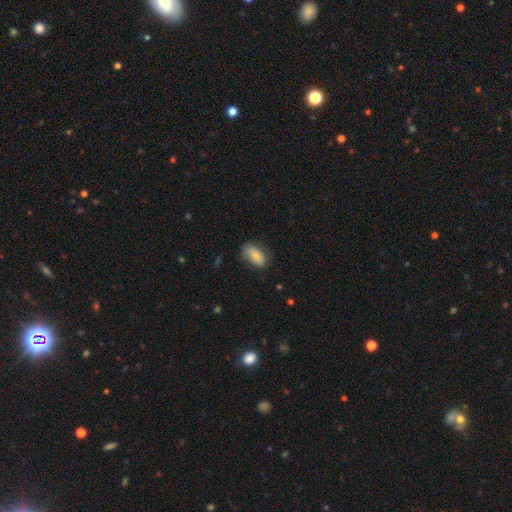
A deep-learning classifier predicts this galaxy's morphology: Smooth or featured: smooth — 76% (featured or disk — 17%)
How rounded: in between — 91% (round — 5%)
Merging: none — 69% (minor disturbance — 23%)